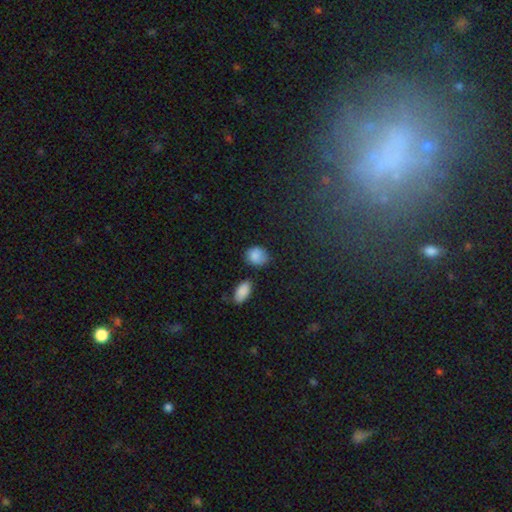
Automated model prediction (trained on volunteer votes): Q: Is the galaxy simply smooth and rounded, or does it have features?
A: smooth — 85%.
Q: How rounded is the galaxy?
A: round — 63%.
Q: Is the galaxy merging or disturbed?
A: none — 72%.